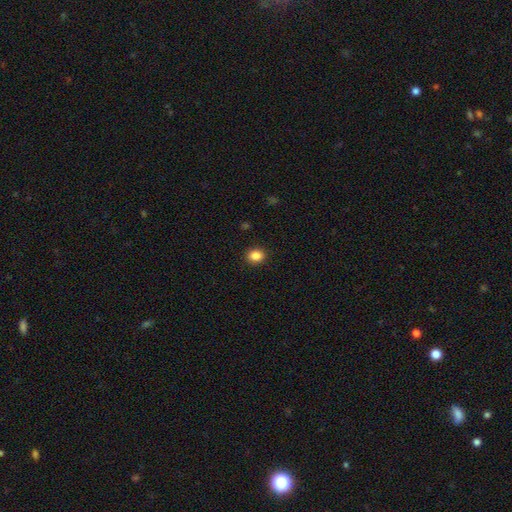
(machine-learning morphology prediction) Smooth or featured: smooth — 86% (star or artifact — 10%)
How rounded: round — 62% (in between — 37%)
Merging: none — 91% (minor disturbance — 6%)